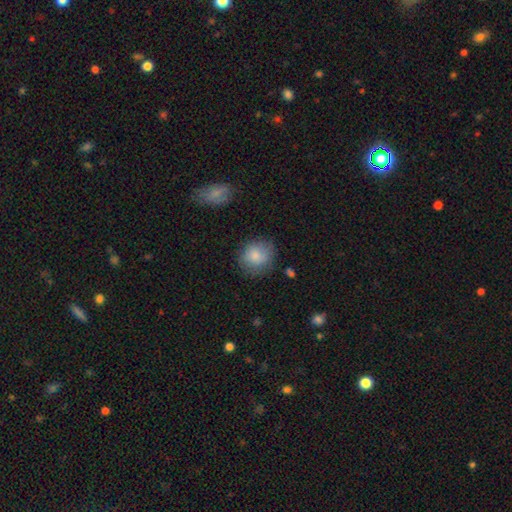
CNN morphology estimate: Overall: smooth (81%). How rounded: round (78%). Merging: none (74%).